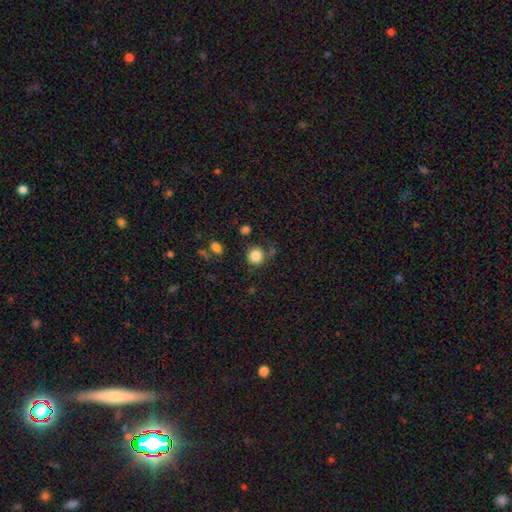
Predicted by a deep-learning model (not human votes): Q: Smooth or featured?
A: smooth (85%); runner-up: star or artifact (10%)
Q: How rounded?
A: round (90%); runner-up: in between (9%)
Q: Merging?
A: none (74%); runner-up: minor disturbance (14%)